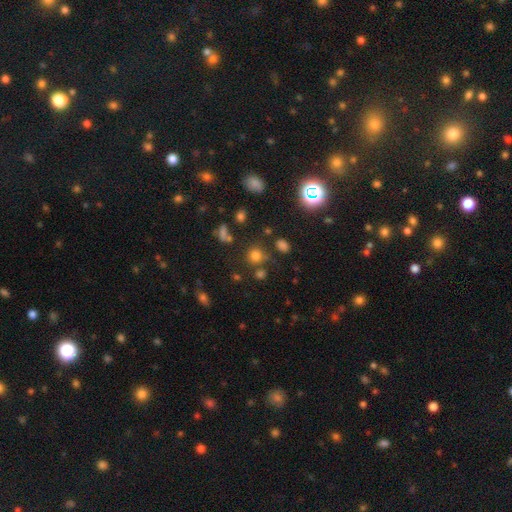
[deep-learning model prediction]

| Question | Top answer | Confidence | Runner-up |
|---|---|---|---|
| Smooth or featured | smooth | 73% | star or artifact (20%) |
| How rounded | round | 87% | in between (11%) |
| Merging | none | 73% | minor disturbance (11%) |